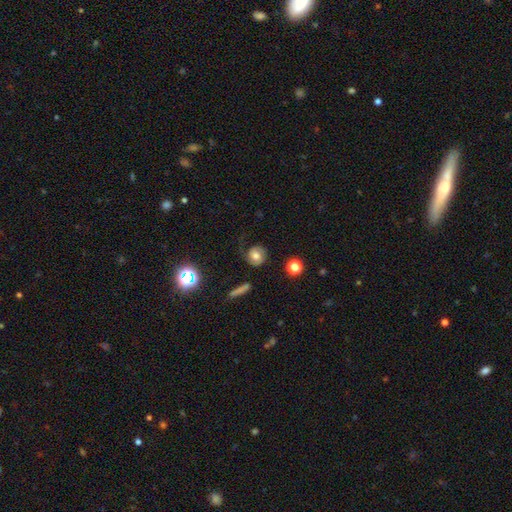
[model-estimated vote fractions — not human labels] smooth-or-featured: featured or disk: 47% | smooth: 42% | star or artifact: 10%
  merging: none: 62% | minor disturbance: 19% | major disturbance: 16% | merger: 2%